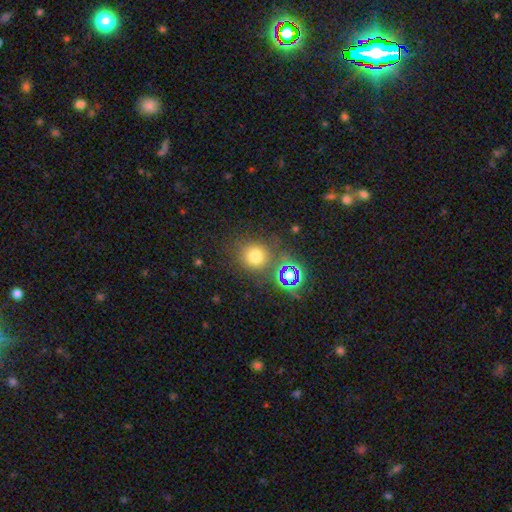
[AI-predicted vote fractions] Smooth or featured? smooth (69%)
How rounded? round (87%)
Merging? none (74%)